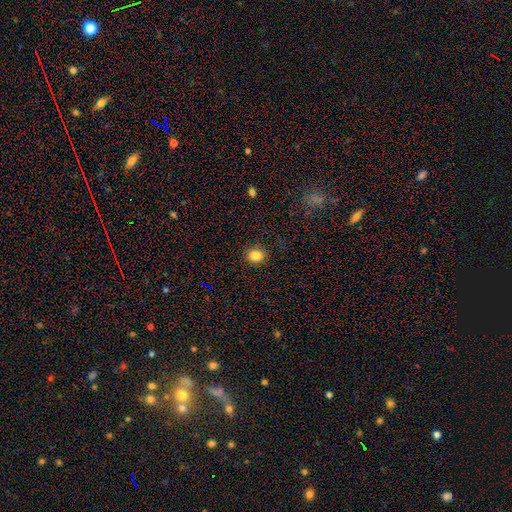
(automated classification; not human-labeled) Morphology: type=smooth (83%); roundness=round (77%); merging=none (91%).